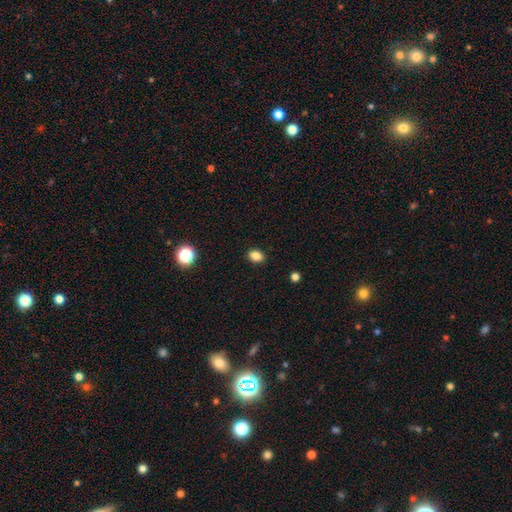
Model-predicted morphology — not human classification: smooth 85%, star or artifact 11%, featured or disk 4%. Down the decision tree: how rounded — in between (71%); merging — none (89%).